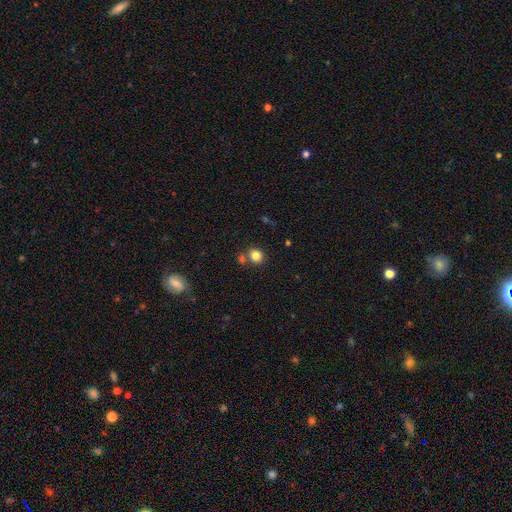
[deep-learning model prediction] Overall: smooth (82%). How rounded: round (76%). Merging: none (68%).